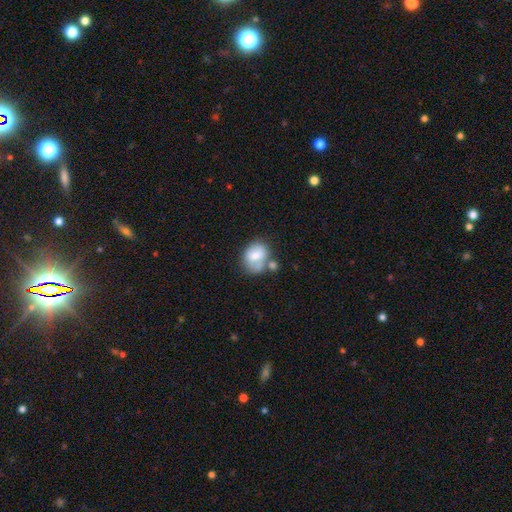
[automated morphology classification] smooth 73%, featured or disk 20%, star or artifact 7%. Down the decision tree: how rounded — in between (57%); merging — none (38%).